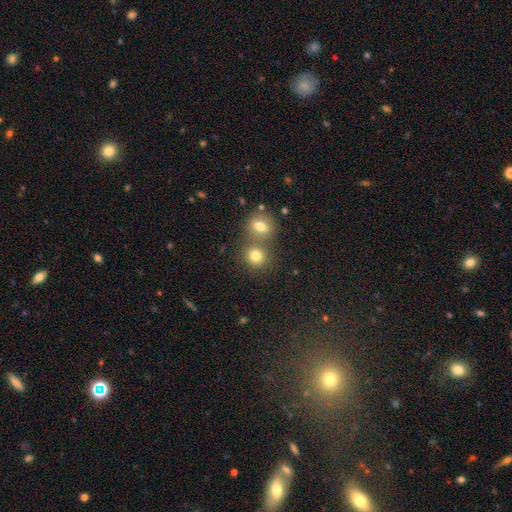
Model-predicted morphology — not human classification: Q: Smooth or featured?
A: smooth (79%); runner-up: star or artifact (12%)
Q: How rounded?
A: round (82%); runner-up: in between (17%)
Q: Merging?
A: none (54%); runner-up: merger (36%)